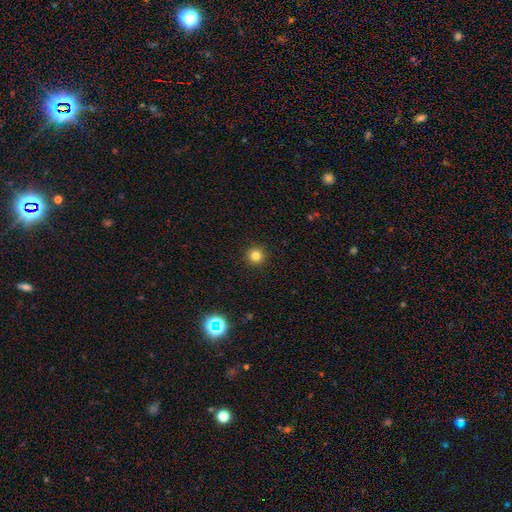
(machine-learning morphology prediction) Overall: smooth (82%). How rounded: round (96%). Merging: none (93%).